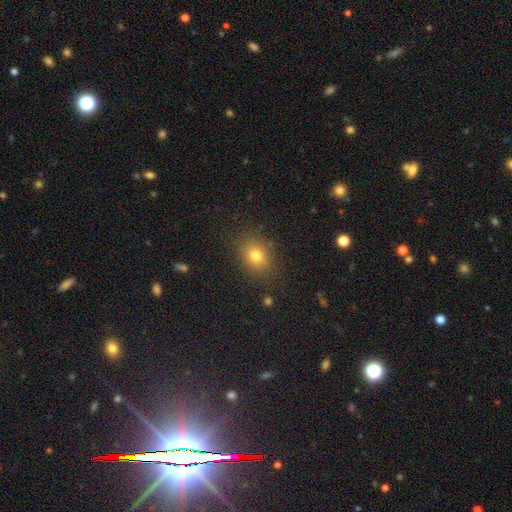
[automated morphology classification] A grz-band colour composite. It shows a smooth galaxy with no disk features (77%) that is in between round and cigar-shaped (56%). Merging: none (85%).